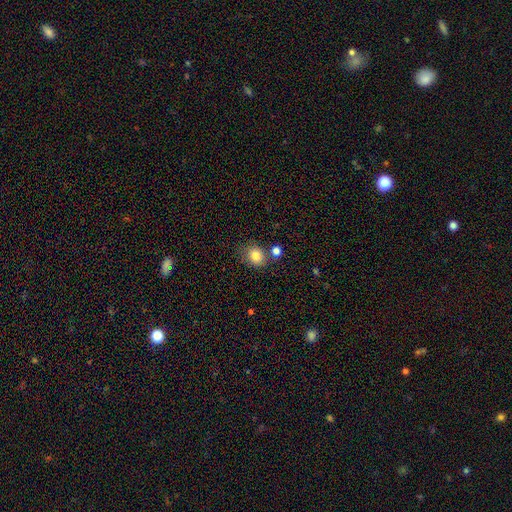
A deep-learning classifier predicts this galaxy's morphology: A smooth galaxy with no disk features (83%) that is round (65%). Merging: none (68%).